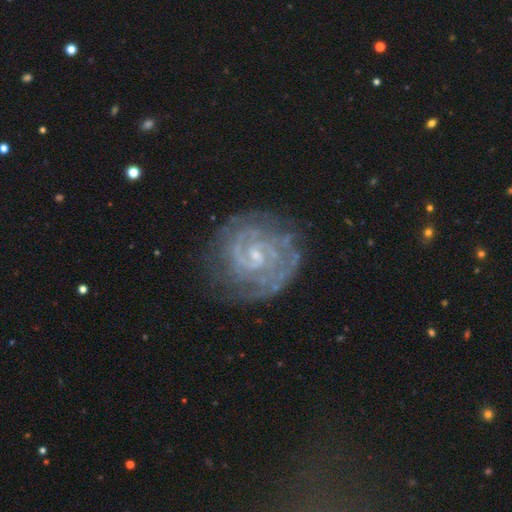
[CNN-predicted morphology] Q: Smooth or featured?
A: featured or disk (89%); runner-up: star or artifact (6%)
Q: Edge-on disk?
A: no (98%); runner-up: yes (2%)
Q: Bar?
A: weak (46%); runner-up: no (41%)
Q: Spiral arms?
A: yes (98%); runner-up: no (2%)
Q: Spiral winding?
A: tight (75%); runner-up: medium (22%)
Q: Spiral arm count?
A: 2 (54%); runner-up: can't tell (17%)
Q: Bulge size?
A: small (75%); runner-up: moderate (17%)
Q: Merging?
A: none (77%); runner-up: minor disturbance (16%)